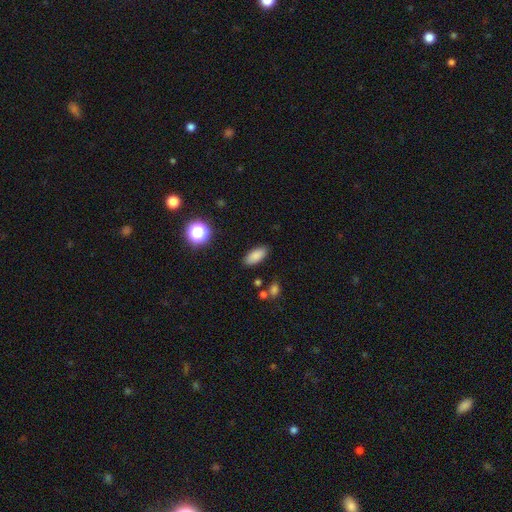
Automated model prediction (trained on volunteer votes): A smooth galaxy with no disk features (85%) that is in between round and cigar-shaped (86%).

Vote fractions:
- Smooth or featured? smooth: 85% / star or artifact: 10% / featured or disk: 5%
- How rounded? in between: 86% / cigar-shaped: 11% / round: 3%
- Merging? none: 87% / minor disturbance: 9% / major disturbance: 2% / merger: 2%